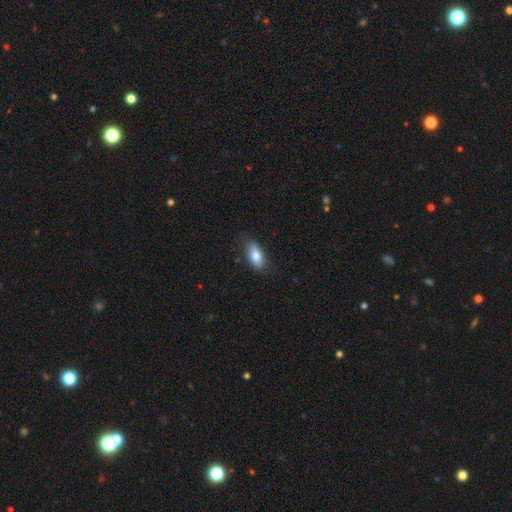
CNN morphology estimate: Smooth or featured: smooth — 79% (featured or disk — 14%)
How rounded: in between — 85% (cigar-shaped — 12%)
Merging: none — 76% (minor disturbance — 19%)